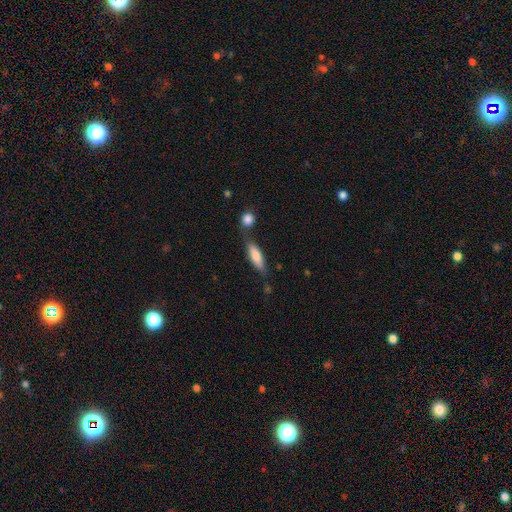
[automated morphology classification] This appears to be a smooth galaxy with no disk features (77%) that is cigar-shaped (50%). Merging: none (59%).